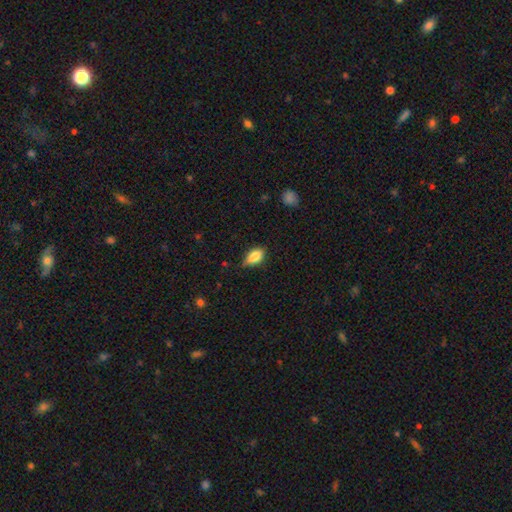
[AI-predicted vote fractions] Morphology: type=smooth (79%); roundness=in between (86%); merging=none (53%).